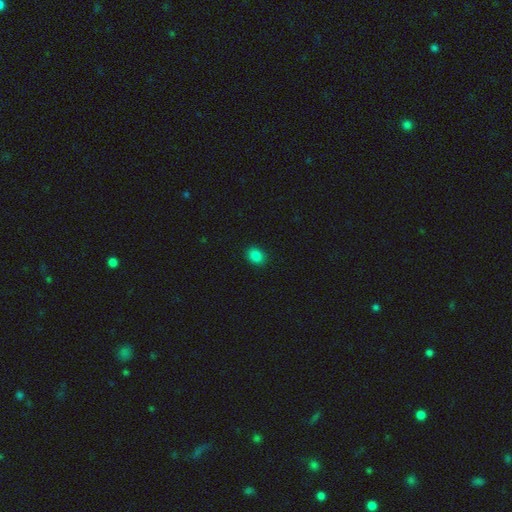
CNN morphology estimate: Smooth or featured? Predicted: smooth (p=0.85). How rounded? Predicted: in between (p=0.60). Merging? Predicted: none (p=0.90).